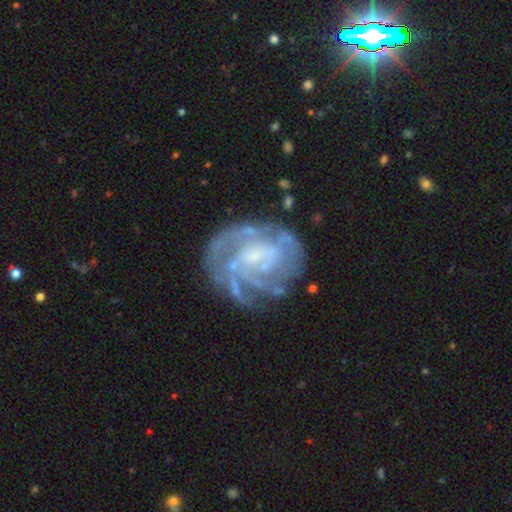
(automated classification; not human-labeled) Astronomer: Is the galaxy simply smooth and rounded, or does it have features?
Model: featured or disk — 81%.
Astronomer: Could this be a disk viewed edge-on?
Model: no — 98%.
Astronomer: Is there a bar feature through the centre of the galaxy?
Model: no — 48% (runner-up: weak, 40%).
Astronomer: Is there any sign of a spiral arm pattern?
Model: yes — 81%.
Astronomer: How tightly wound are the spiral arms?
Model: tight — 57% (runner-up: medium, 32%).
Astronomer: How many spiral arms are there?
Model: can't tell — 44%.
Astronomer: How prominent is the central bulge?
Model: small — 42% (runner-up: none, 31%).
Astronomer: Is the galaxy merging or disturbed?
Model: none — 57%.